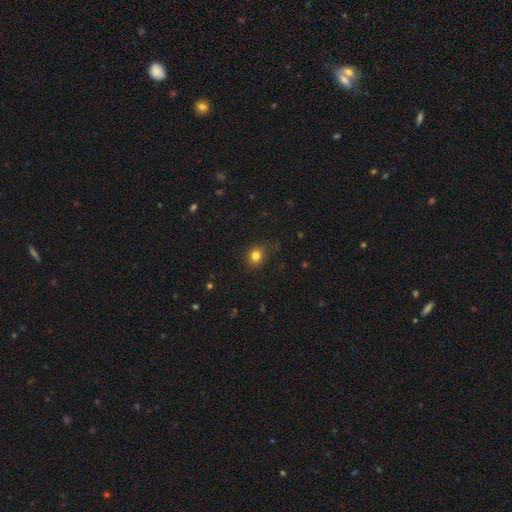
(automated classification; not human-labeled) A smooth galaxy with no disk features (82%) that is round (72%).

Vote fractions:
- Smooth or featured? smooth: 82% / star or artifact: 13% / featured or disk: 6%
- How rounded? round: 72% / in between: 27% / cigar-shaped: 1%
- Merging? none: 84% / minor disturbance: 12% / major disturbance: 3% / merger: 1%